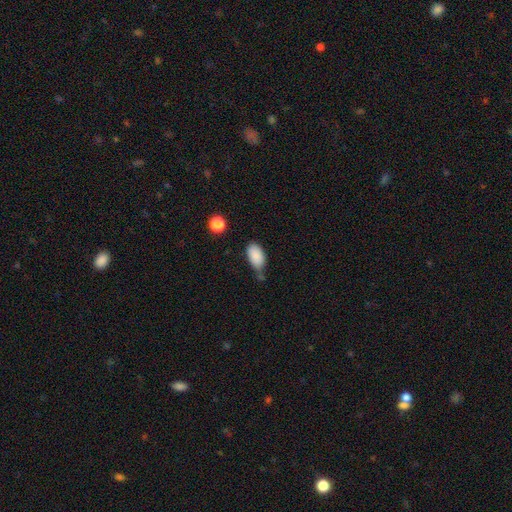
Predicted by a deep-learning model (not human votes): Smooth or featured?
  - smooth: 87% *
  - star or artifact: 8%
  - featured or disk: 5%
How rounded?
  - in between: 93% *
  - round: 4%
  - cigar-shaped: 2%
Merging?
  - none: 51% *
  - minor disturbance: 31%
  - merger: 11%
  - major disturbance: 7%